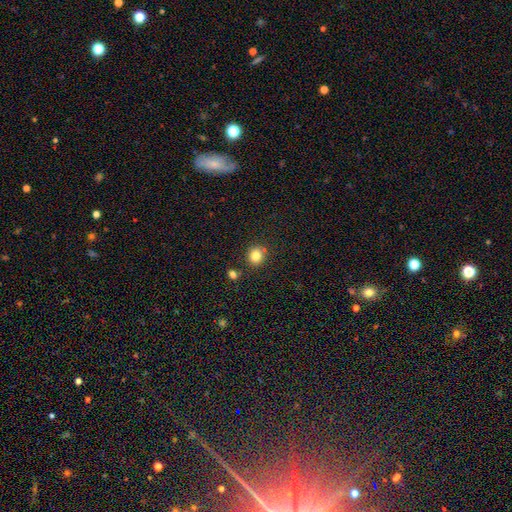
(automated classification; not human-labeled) Morphology: type=smooth (83%); roundness=round (81%); merging=none (82%).